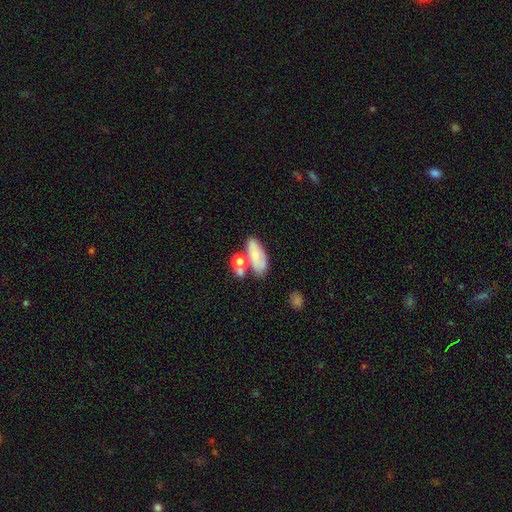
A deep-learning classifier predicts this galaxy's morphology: smooth_or_featured: smooth (p=0.70) [alt: featured or disk p=0.22]
how_rounded: in between (p=0.84) [alt: cigar-shaped p=0.10]
merging: none (p=0.43) [alt: merger p=0.34]